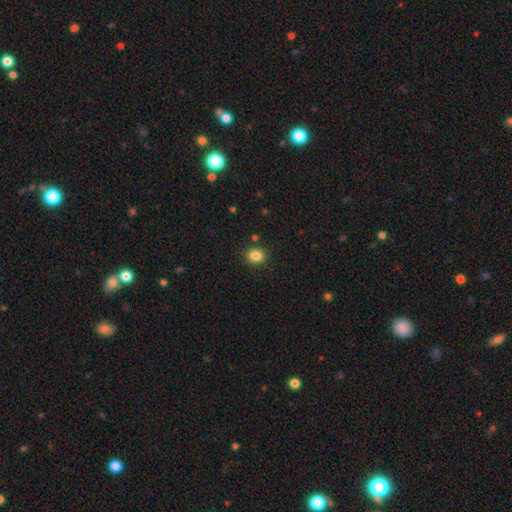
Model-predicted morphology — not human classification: A smooth galaxy with no disk features (85%) that is round (78%).

Vote fractions:
- Smooth or featured? smooth: 85% / star or artifact: 11% / featured or disk: 4%
- How rounded? round: 78% / in between: 21% / cigar-shaped: 1%
- Merging? none: 87% / minor disturbance: 8% / merger: 3% / major disturbance: 2%